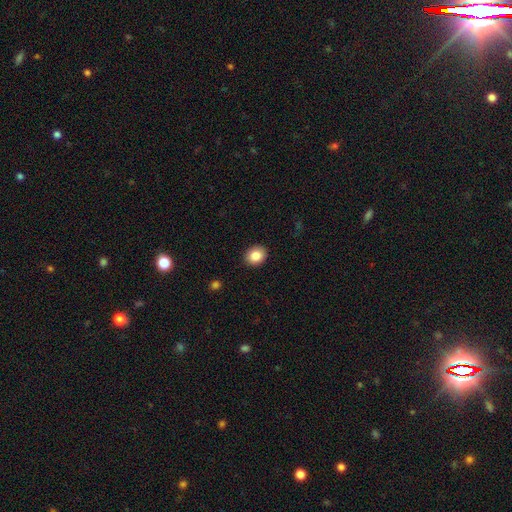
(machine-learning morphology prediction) smooth-or-featured: smooth: 85% | star or artifact: 9% | featured or disk: 6%
  how-rounded: round: 63% | in between: 36% | cigar-shaped: 1%
  merging: none: 91% | minor disturbance: 6% | major disturbance: 2% | merger: 1%